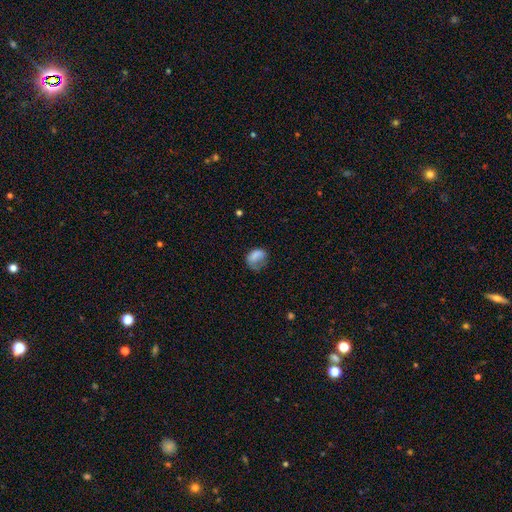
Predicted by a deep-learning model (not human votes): Smooth or featured? Predicted: smooth (p=0.74). How rounded? Predicted: in between (p=0.61). Merging? Predicted: none (p=0.37).